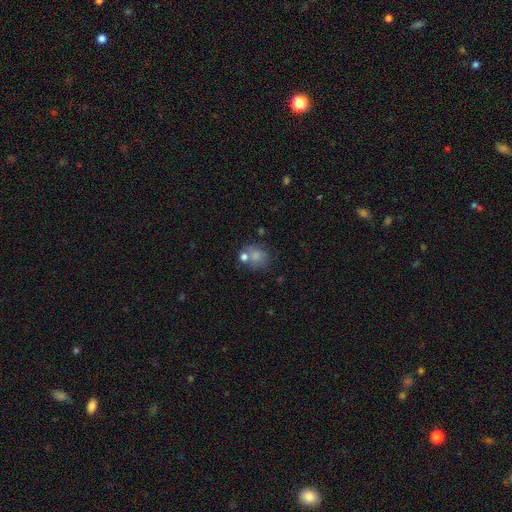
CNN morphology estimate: Smooth or featured: smooth — 75% (featured or disk — 14%)
How rounded: round — 69% (in between — 30%)
Merging: none — 54% (merger — 23%)